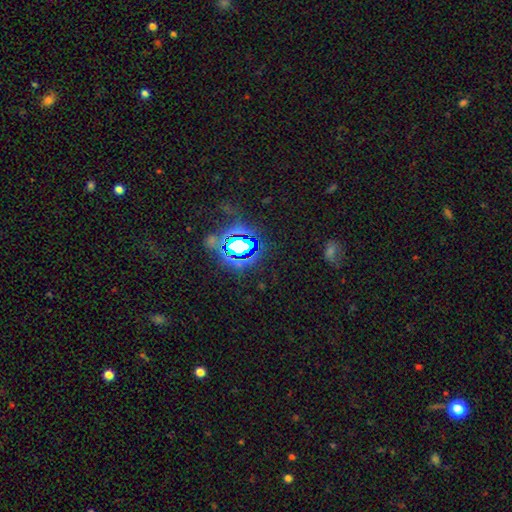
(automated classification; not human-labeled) Smooth or featured? star or artifact (77%)